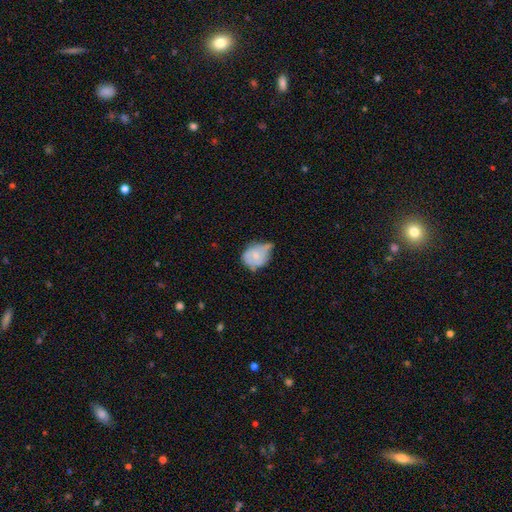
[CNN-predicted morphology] Smooth or featured?
  - smooth: 56% *
  - featured or disk: 37%
  - star or artifact: 8%
How rounded?
  - round: 58% *
  - in between: 41%
  - cigar-shaped: 1%
Merging?
  - minor disturbance: 44% *
  - none: 28%
  - major disturbance: 18%
  - merger: 10%